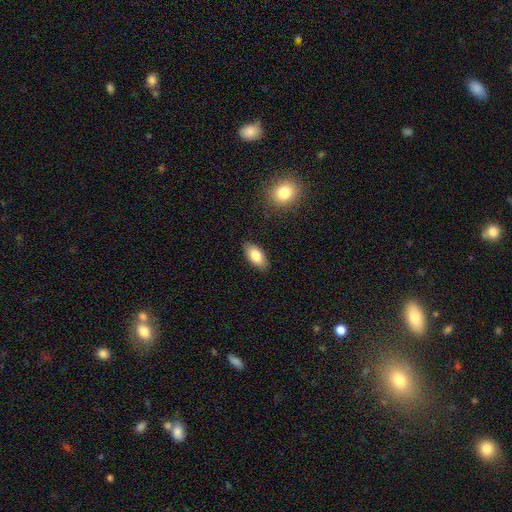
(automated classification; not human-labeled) This is clearly a smooth galaxy (81%). How rounded: clearly in between (91%). Merging: clearly none (87%).